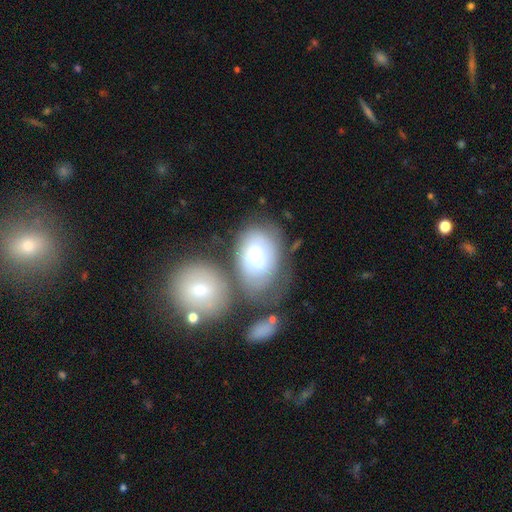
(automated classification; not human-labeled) A smooth galaxy with no disk features (49%).

Vote fractions:
- Smooth or featured? smooth: 49% / featured or disk: 44% / star or artifact: 7%
- Merging? none: 43% / merger: 23% / minor disturbance: 21% / major disturbance: 14%